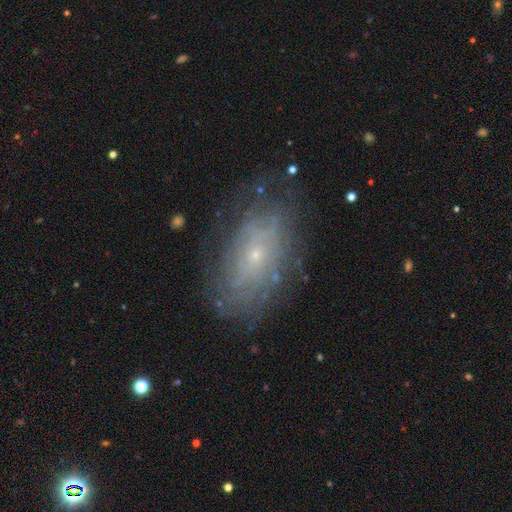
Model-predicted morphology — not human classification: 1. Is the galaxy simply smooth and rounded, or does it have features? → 64% featured or disk, 26% smooth, 10% star or artifact.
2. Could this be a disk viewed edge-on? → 92% no, 8% yes.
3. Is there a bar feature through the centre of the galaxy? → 84% no, 13% weak, 3% strong.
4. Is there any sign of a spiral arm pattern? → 68% yes, 32% no.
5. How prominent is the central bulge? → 84% small, 12% moderate, 2% none, 1% large, 1% dominant.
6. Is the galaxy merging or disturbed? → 73% none, 18% minor disturbance, 8% major disturbance, 1% merger.